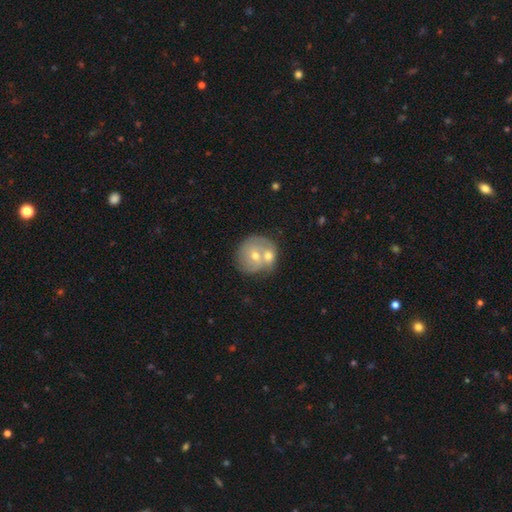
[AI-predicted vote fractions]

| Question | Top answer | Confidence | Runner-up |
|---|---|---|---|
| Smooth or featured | featured or disk | 49% | smooth (43%) |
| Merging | merger | 50% | none (37%) |